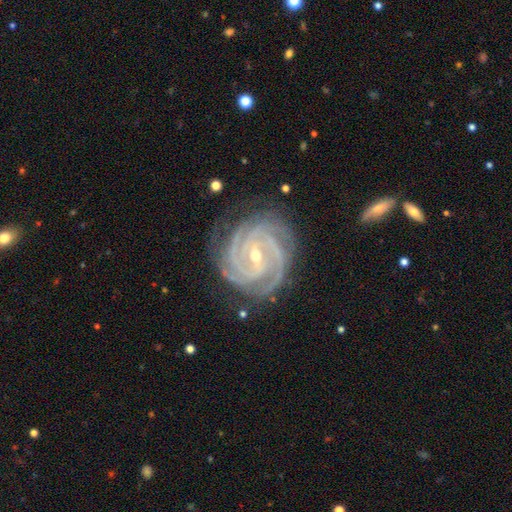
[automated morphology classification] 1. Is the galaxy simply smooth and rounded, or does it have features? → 93% featured or disk, 4% star or artifact, 3% smooth.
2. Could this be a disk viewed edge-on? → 98% no, 2% yes.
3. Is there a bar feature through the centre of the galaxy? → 47% weak, 32% strong, 21% no.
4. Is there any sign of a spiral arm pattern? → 99% yes, 1% no.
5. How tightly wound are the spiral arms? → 83% tight, 16% medium, 2% loose.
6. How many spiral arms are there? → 39% 4, 28% 3, 9% can't tell, 9% more than 4, 9% 2, 6% 1.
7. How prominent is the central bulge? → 56% small, 41% moderate, 1% large, 1% none, 1% dominant.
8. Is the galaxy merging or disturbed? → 81% none, 14% minor disturbance, 4% major disturbance, 1% merger.